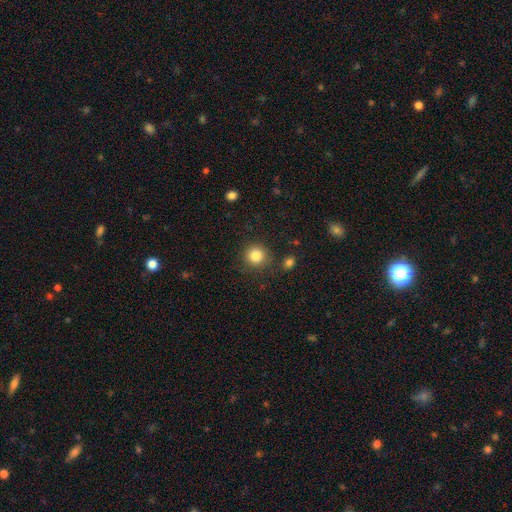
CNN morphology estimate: smooth 84%, star or artifact 11%, featured or disk 6%. Down the decision tree: how rounded — round (93%); merging — none (86%).